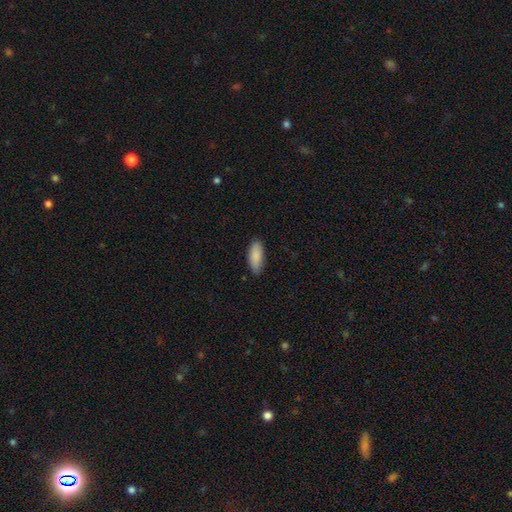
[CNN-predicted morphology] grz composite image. It shows a smooth galaxy with no disk features (89%) that is in between round and cigar-shaped (78%). Merging: none (82%).